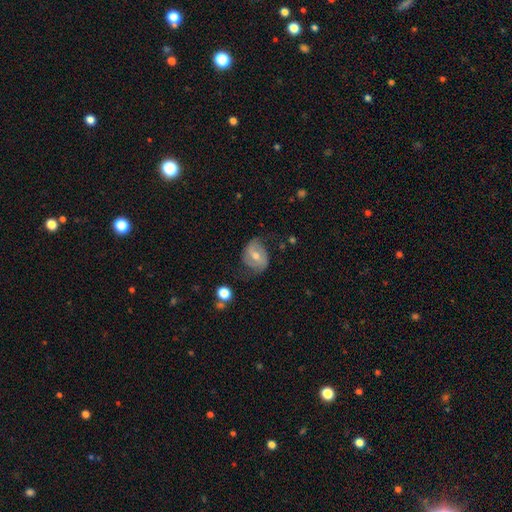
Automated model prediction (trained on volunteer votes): Smooth or featured: featured or disk — 64% (smooth — 28%)
Edge-on disk: no — 96% (yes — 4%)
Bar: weak — 45% (no — 31%)
Spiral arms: yes — 82% (no — 18%)
Spiral winding: medium — 42% (tight — 33%)
Spiral arm count: 2 — 78% (can't tell — 14%)
Bulge size: moderate — 63% (small — 32%)
Merging: none — 64% (minor disturbance — 23%)